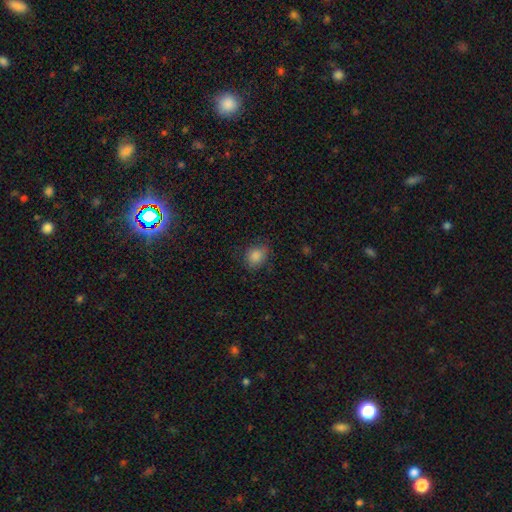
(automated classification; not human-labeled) A smooth galaxy with no disk features (83%) that is in between round and cigar-shaped (50%). Merging: none (74%).